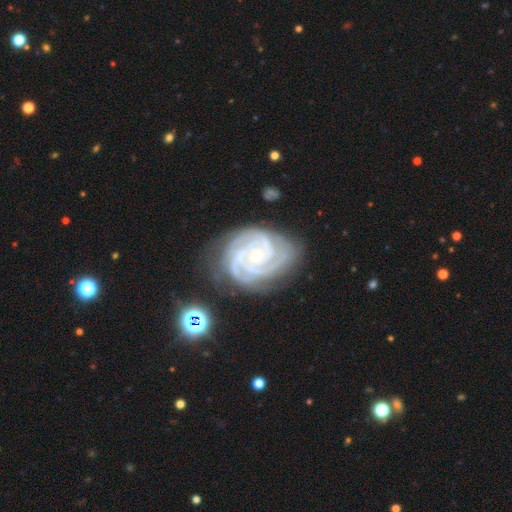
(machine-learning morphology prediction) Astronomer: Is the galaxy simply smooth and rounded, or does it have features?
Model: featured or disk — 93%.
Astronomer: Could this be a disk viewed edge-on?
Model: no — 98%.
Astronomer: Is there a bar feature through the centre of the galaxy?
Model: no — 72%.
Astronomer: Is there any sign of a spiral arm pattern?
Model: yes — 99%.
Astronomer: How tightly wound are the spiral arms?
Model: tight — 77%.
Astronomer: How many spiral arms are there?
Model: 3 — 44% (runner-up: 4, 27%).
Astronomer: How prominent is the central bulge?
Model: small — 79%.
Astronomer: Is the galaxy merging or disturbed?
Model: none — 74%.